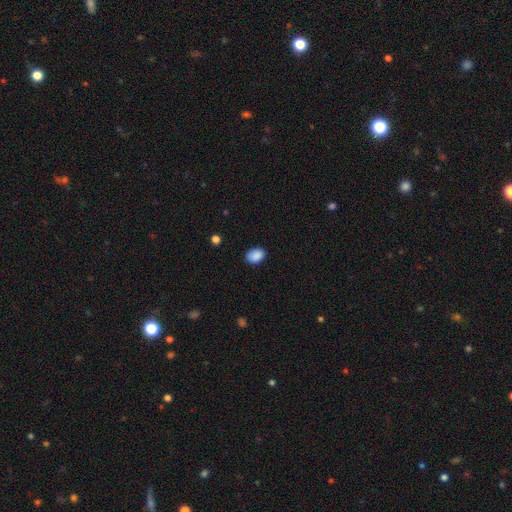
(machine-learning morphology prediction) smooth 89%, star or artifact 8%, featured or disk 3%. Down the decision tree: how rounded — in between (78%); merging — none (84%).